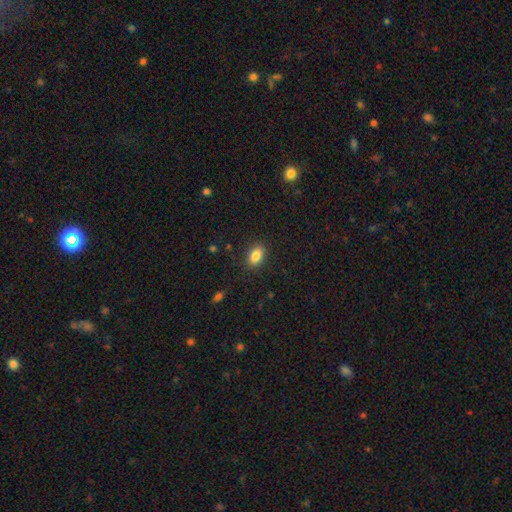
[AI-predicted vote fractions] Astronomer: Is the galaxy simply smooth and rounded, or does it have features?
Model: smooth — 85%.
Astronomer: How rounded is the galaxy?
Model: in between — 86%.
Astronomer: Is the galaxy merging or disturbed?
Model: none — 87%.